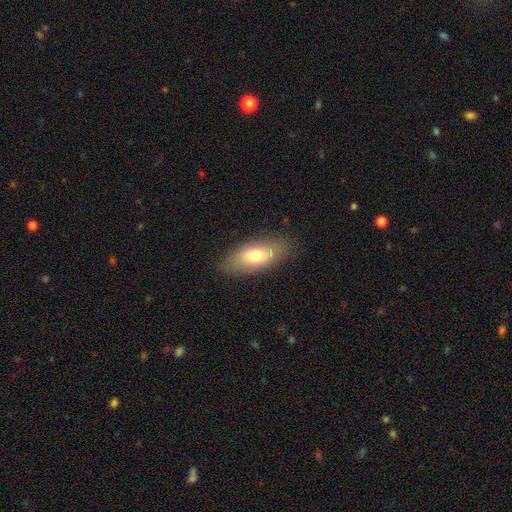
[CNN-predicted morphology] This appears to be a smooth galaxy with no disk features (71%) that is in between round and cigar-shaped (81%). Merging: none (83%).